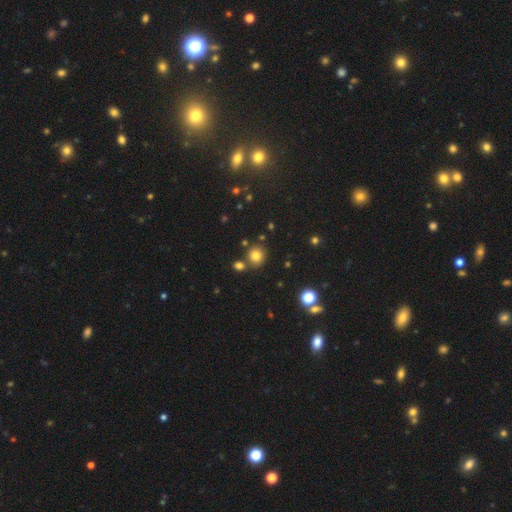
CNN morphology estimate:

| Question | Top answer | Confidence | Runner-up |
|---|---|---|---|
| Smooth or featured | smooth | 79% | star or artifact (14%) |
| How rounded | round | 83% | in between (16%) |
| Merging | none | 77% | merger (12%) |